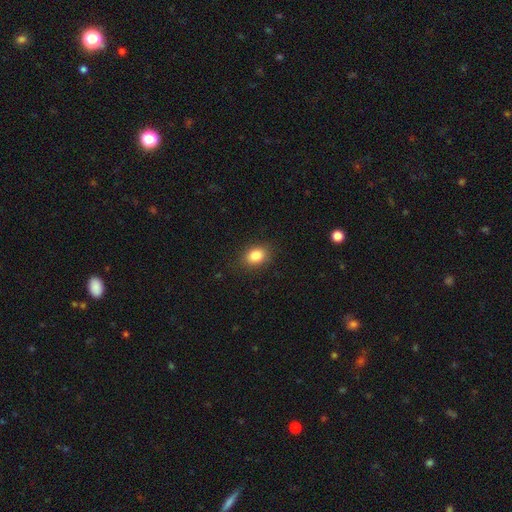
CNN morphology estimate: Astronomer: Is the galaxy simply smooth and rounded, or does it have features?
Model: smooth — 85%.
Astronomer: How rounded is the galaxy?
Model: in between — 69%.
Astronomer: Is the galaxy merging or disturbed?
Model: none — 86%.